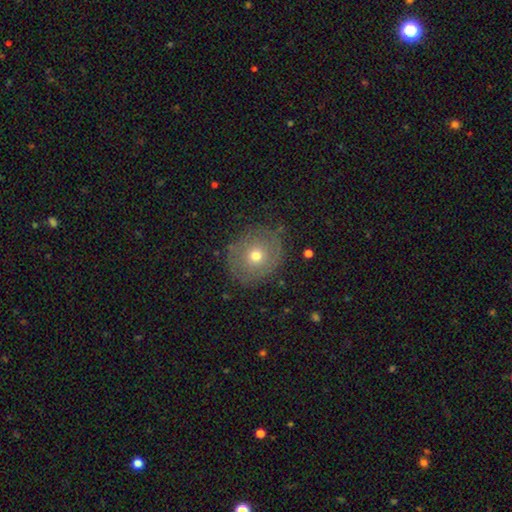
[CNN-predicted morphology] Smooth or featured: smooth — 57% (featured or disk — 32%)
How rounded: round — 76% (in between — 23%)
Merging: none — 79% (minor disturbance — 14%)